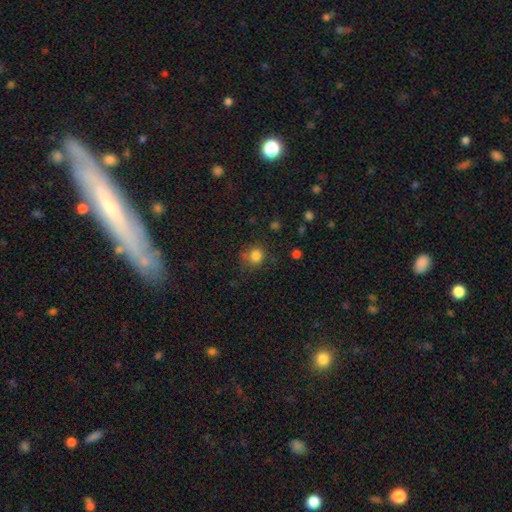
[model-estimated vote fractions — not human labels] A smooth galaxy with no disk features (82%) that is round (86%).

Vote fractions:
- Smooth or featured? smooth: 82% / star or artifact: 12% / featured or disk: 5%
- How rounded? round: 86% / in between: 13% / cigar-shaped: 1%
- Merging? none: 72% / minor disturbance: 17% / major disturbance: 6% / merger: 5%